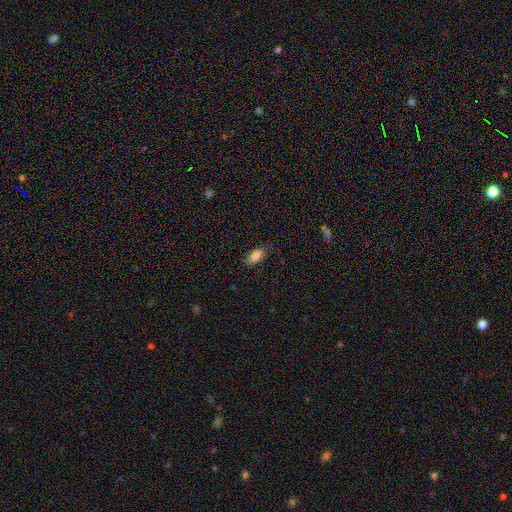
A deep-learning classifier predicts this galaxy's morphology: The model was most divided on "merging": none: 83%, minor disturbance: 13%, major disturbance: 3%, merger: 1%. More confident: how rounded — in between (88%); smooth or featured — smooth (85%).